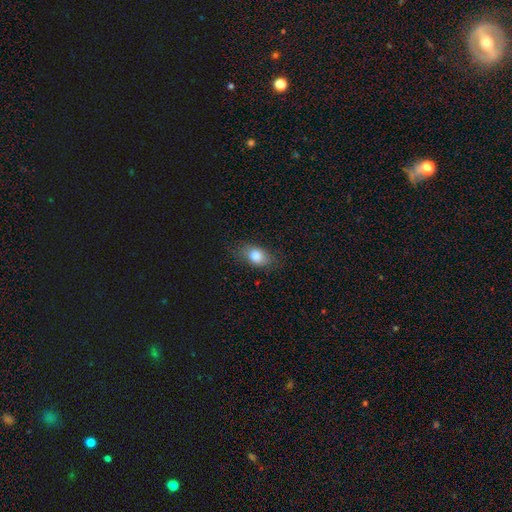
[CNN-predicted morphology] Smooth or featured?
  - smooth: 81% *
  - featured or disk: 10%
  - star or artifact: 9%
How rounded?
  - in between: 80% *
  - round: 17%
  - cigar-shaped: 3%
Merging?
  - none: 76% *
  - minor disturbance: 18%
  - major disturbance: 5%
  - merger: 1%